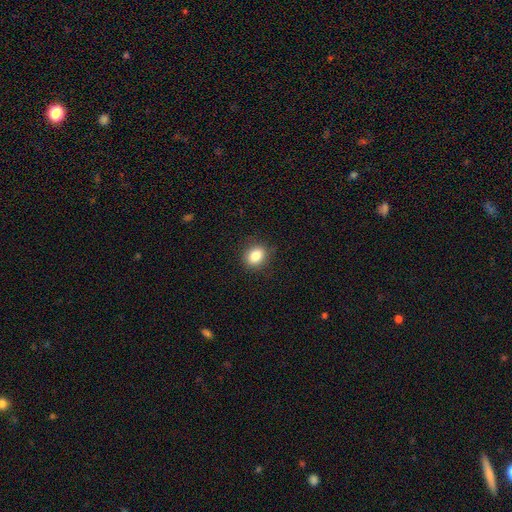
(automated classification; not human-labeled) smooth 85%, star or artifact 10%, featured or disk 6%. Down the decision tree: how rounded — in between (51%); merging — none (87%).